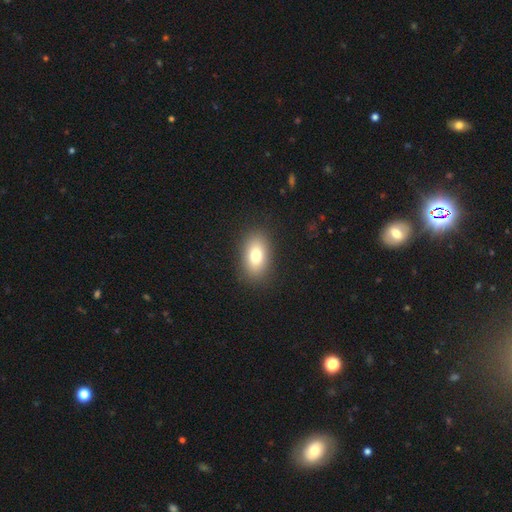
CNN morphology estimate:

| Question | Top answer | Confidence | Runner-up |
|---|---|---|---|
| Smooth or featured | smooth | 78% | featured or disk (12%) |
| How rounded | in between | 87% | round (10%) |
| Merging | none | 89% | minor disturbance (8%) |